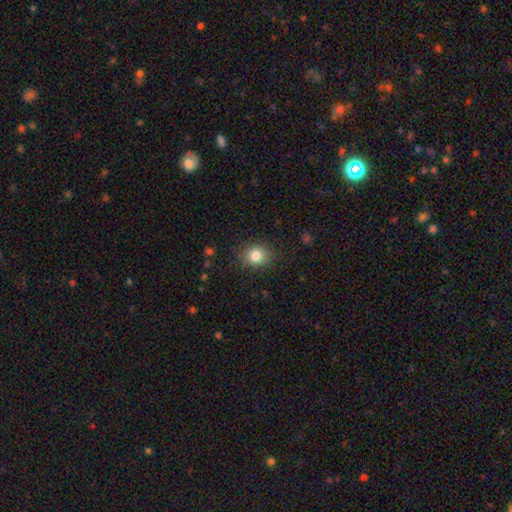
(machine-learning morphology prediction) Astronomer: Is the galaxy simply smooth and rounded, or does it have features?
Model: smooth — 83%.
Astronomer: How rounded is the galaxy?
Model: round — 70%.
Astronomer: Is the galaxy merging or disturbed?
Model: none — 85%.